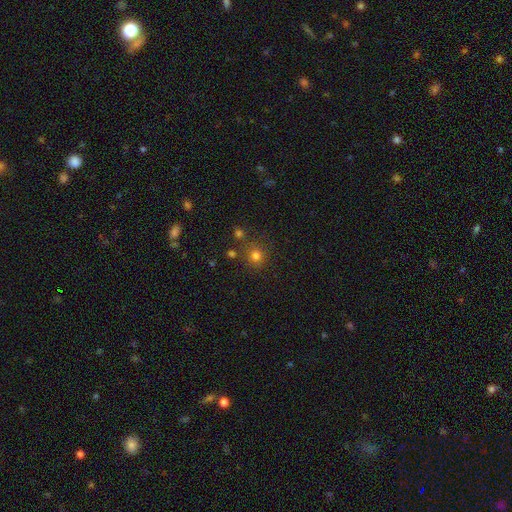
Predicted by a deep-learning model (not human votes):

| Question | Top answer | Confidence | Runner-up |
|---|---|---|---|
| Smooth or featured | smooth | 77% | star or artifact (17%) |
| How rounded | round | 91% | in between (8%) |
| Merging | none | 78% | minor disturbance (9%) |